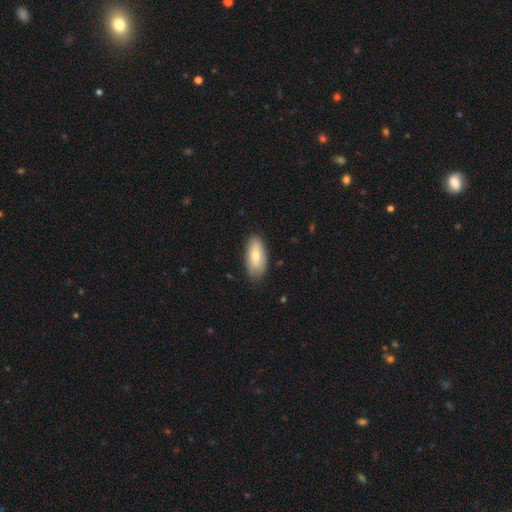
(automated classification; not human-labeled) smooth 75%, featured or disk 19%, star or artifact 6%. Down the decision tree: how rounded — in between (88%); merging — none (82%).